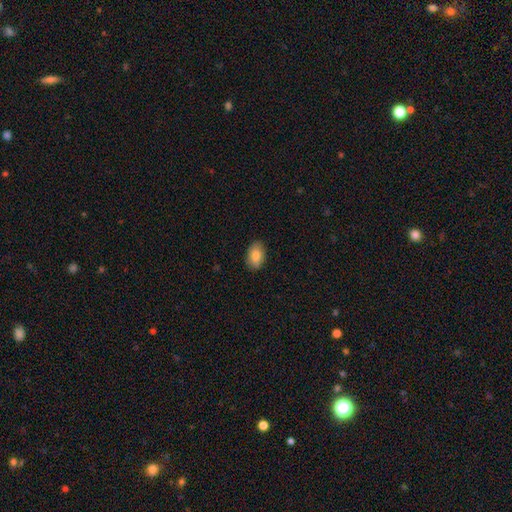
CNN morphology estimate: smooth_or_featured: smooth (p=0.84) [alt: featured or disk p=0.09]
how_rounded: in between (p=0.91) [alt: round p=0.08]
merging: none (p=0.88) [alt: minor disturbance p=0.10]